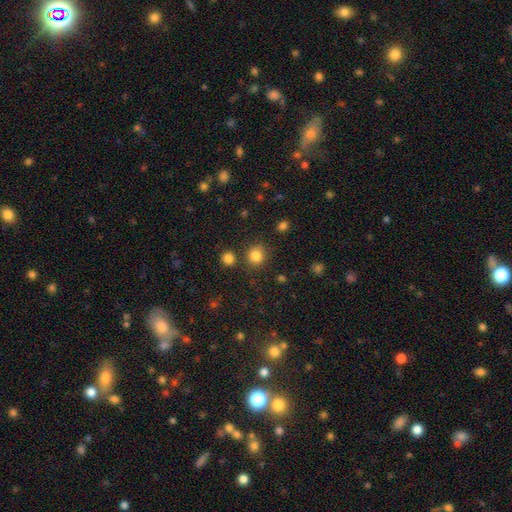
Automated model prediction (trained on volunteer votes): Morphology: type=smooth (84%); roundness=round (85%); merging=none (82%).